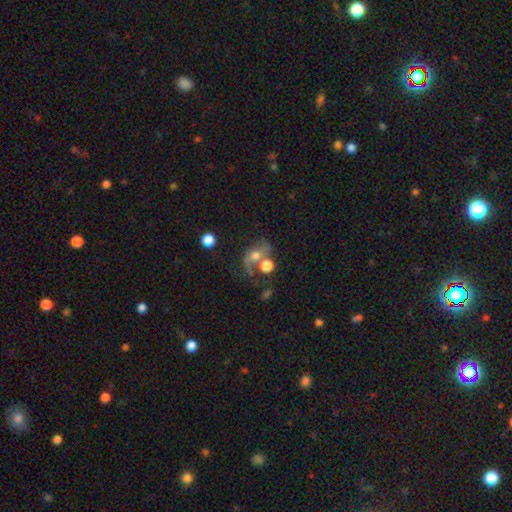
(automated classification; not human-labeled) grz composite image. It shows a featured or disk galaxy (45%). Merging: none (34%).